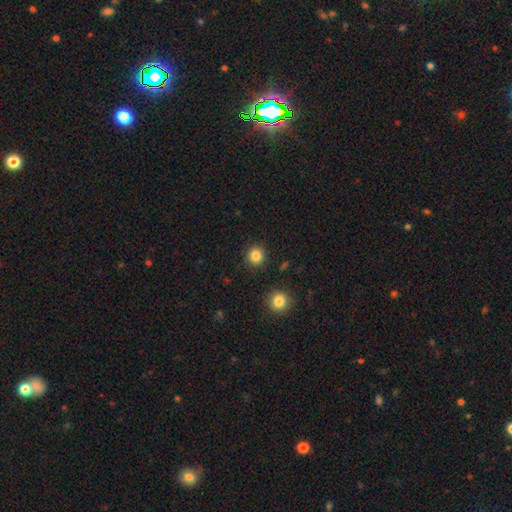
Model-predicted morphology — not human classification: A smooth galaxy with no disk features (84%) that is round (91%).

Vote fractions:
- Smooth or featured? smooth: 84% / star or artifact: 12% / featured or disk: 4%
- How rounded? round: 91% / in between: 8% / cigar-shaped: 1%
- Merging? none: 91% / minor disturbance: 6% / major disturbance: 2% / merger: 2%